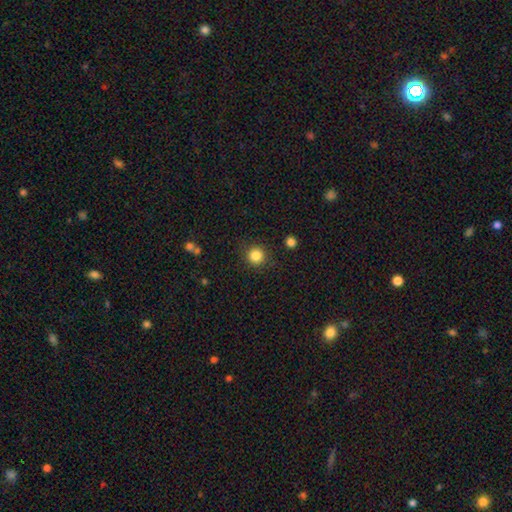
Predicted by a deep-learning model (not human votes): smooth_or_featured: smooth (p=0.84) [alt: star or artifact p=0.11]
how_rounded: round (p=0.93) [alt: in between p=0.06]
merging: none (p=0.88) [alt: minor disturbance p=0.07]